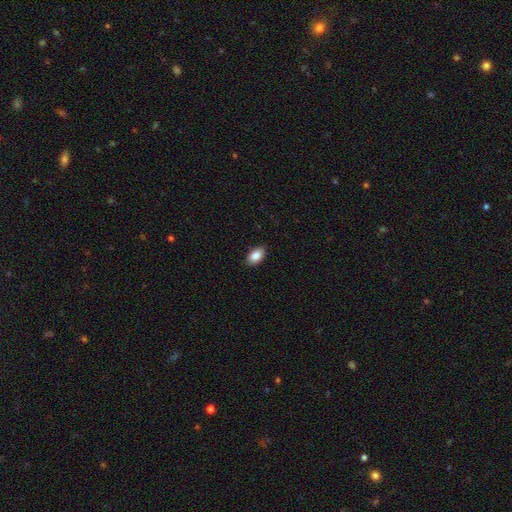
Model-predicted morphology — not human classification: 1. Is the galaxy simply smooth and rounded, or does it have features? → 87% smooth, 7% star or artifact, 6% featured or disk.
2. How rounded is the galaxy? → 91% in between, 7% round, 2% cigar-shaped.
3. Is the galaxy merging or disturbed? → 88% none, 9% minor disturbance, 2% major disturbance, 1% merger.